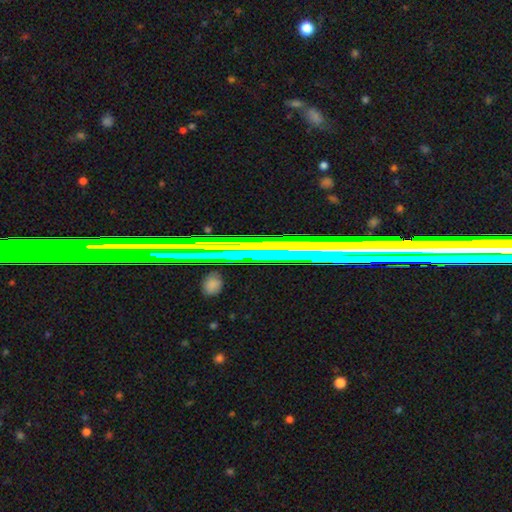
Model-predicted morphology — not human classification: Smooth or featured? Predicted: star or artifact (p=0.53).